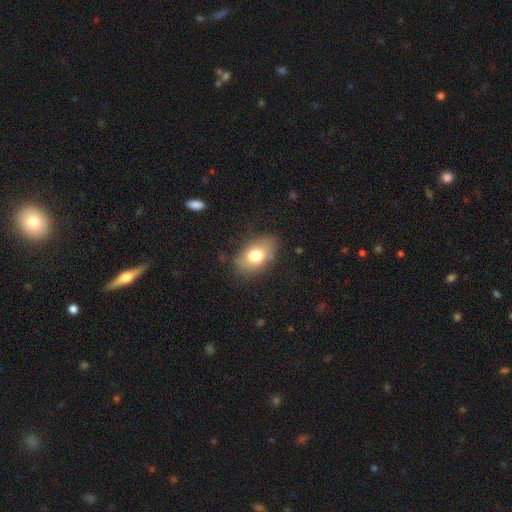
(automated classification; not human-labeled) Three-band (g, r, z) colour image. It shows a smooth galaxy with no disk features (74%) that is in between round and cigar-shaped (87%). Merging: none (78%).